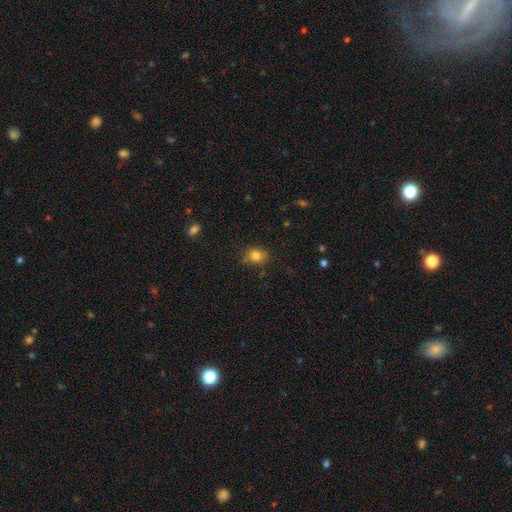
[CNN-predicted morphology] smooth 81%, star or artifact 12%, featured or disk 8%. Down the decision tree: how rounded — round (55%); merging — none (77%).